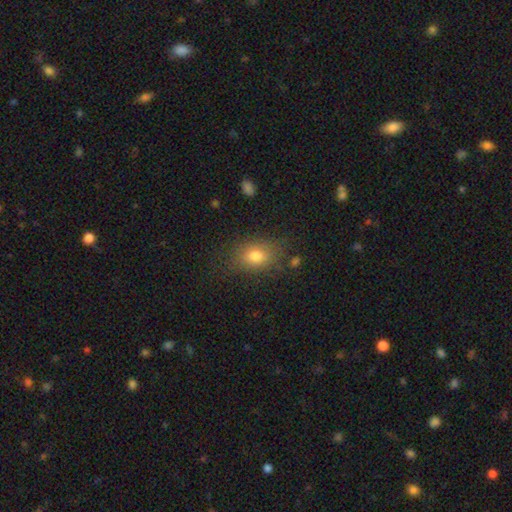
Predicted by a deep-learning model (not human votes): The model was most divided on "how rounded": in between: 74%, round: 24%, cigar-shaped: 2%. More confident: smooth or featured — smooth (77%); merging — none (75%).